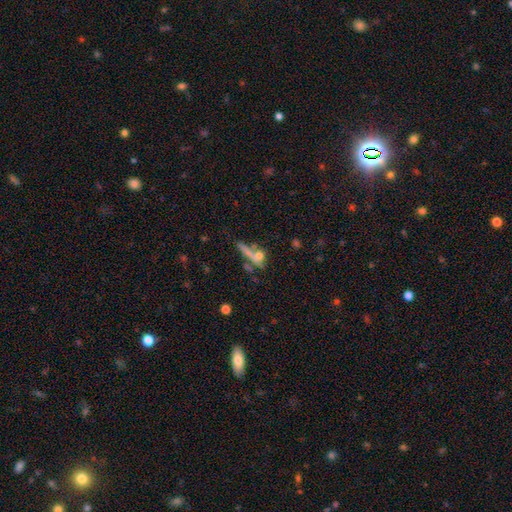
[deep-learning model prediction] Q: Smooth or featured?
A: smooth (58%); runner-up: featured or disk (29%)
Q: How rounded?
A: cigar-shaped (52%); runner-up: in between (27%)
Q: Merging?
A: none (45%); runner-up: merger (32%)